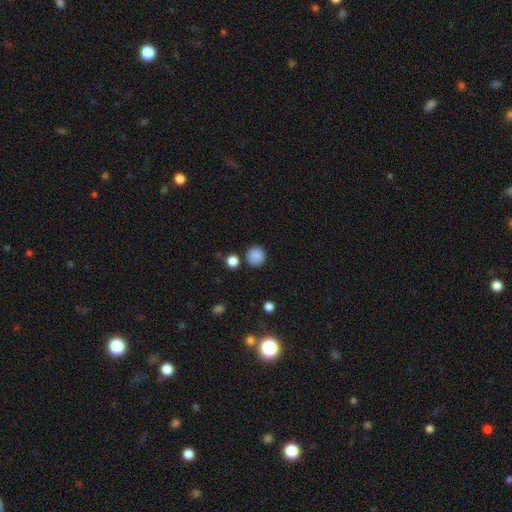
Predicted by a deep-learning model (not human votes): smooth_or_featured: smooth (p=0.86) [alt: star or artifact p=0.10]
how_rounded: round (p=0.90) [alt: in between p=0.09]
merging: none (p=0.80) [alt: minor disturbance p=0.11]